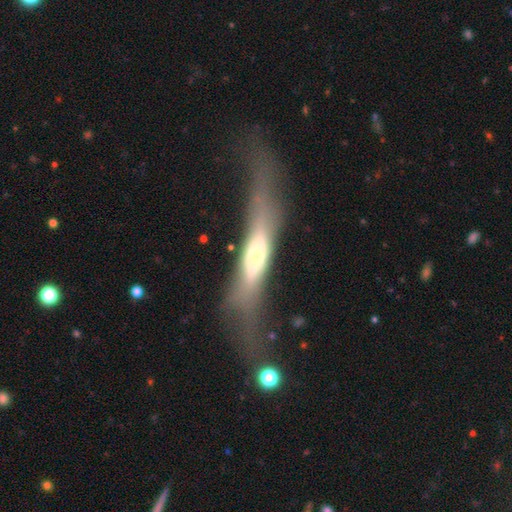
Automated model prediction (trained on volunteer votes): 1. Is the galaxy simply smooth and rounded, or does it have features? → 55% featured or disk, 37% smooth, 8% star or artifact.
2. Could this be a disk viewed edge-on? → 80% yes, 20% no.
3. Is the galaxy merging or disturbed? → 46% none, 26% major disturbance, 23% minor disturbance, 5% merger.